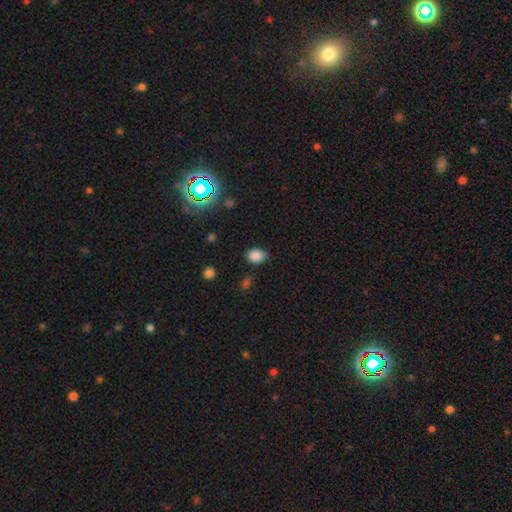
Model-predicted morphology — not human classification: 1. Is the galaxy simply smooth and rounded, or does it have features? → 83% smooth, 13% star or artifact, 4% featured or disk.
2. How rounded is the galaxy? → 66% in between, 33% round, 1% cigar-shaped.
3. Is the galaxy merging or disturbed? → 78% none, 16% minor disturbance, 4% major disturbance, 2% merger.